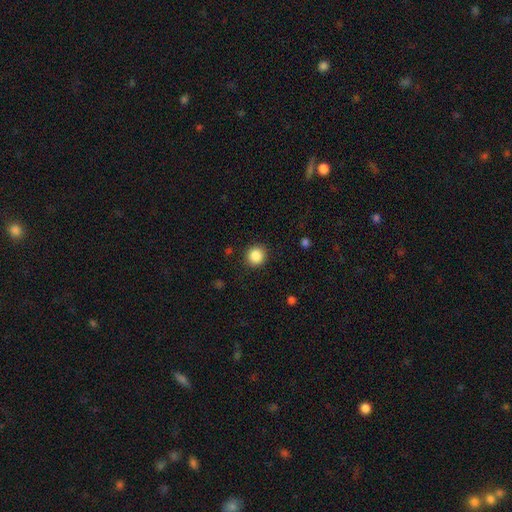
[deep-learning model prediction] Smooth or featured?
  - smooth: 87% *
  - star or artifact: 10%
  - featured or disk: 3%
How rounded?
  - round: 92% *
  - in between: 7%
  - cigar-shaped: 1%
Merging?
  - none: 90% *
  - minor disturbance: 7%
  - major disturbance: 2%
  - merger: 1%